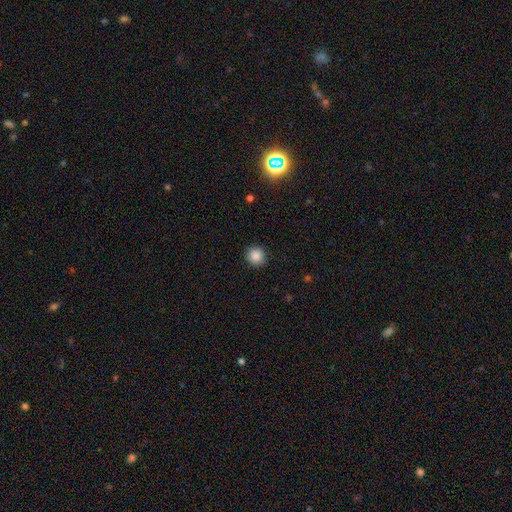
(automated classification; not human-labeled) smooth-or-featured: smooth: 87% | star or artifact: 9% | featured or disk: 4%
  how-rounded: round: 92% | in between: 7% | cigar-shaped: 1%
  merging: none: 91% | minor disturbance: 6% | major disturbance: 2% | merger: 1%